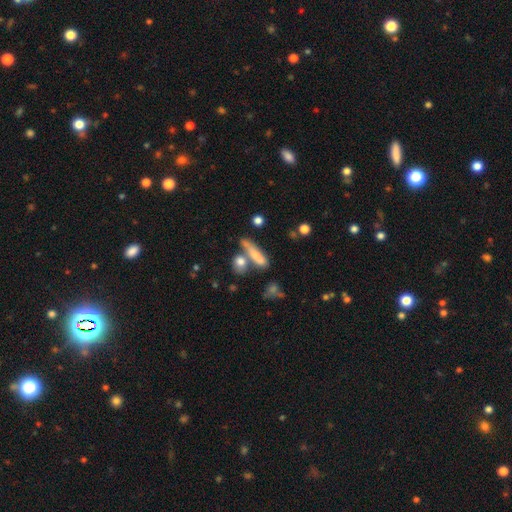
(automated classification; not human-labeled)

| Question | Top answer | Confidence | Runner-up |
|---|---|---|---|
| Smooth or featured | smooth | 64% | featured or disk (26%) |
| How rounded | cigar-shaped | 63% | in between (31%) |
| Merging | none | 46% | merger (28%) |